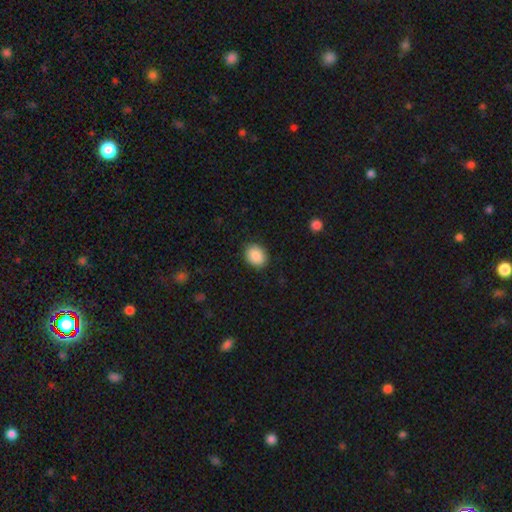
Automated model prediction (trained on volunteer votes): A smooth galaxy with no disk features (89%) that is in between round and cigar-shaped (51%).

Vote fractions:
- Smooth or featured? smooth: 89% / star or artifact: 7% / featured or disk: 3%
- How rounded? in between: 51% / round: 48% / cigar-shaped: 1%
- Merging? none: 89% / minor disturbance: 8% / major disturbance: 2% / merger: 1%